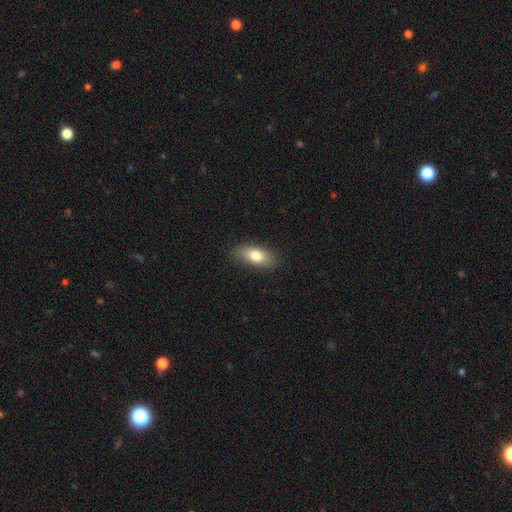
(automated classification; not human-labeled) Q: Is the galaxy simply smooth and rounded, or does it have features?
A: smooth — 78%.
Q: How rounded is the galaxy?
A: in between — 81%.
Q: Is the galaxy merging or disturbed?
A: none — 84%.